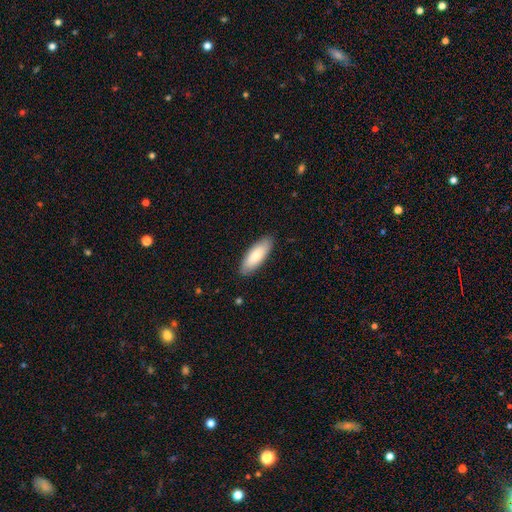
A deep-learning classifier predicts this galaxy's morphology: Q: Smooth or featured?
A: smooth (82%); runner-up: featured or disk (13%)
Q: How rounded?
A: in between (68%); runner-up: cigar-shaped (30%)
Q: Merging?
A: none (88%); runner-up: minor disturbance (10%)